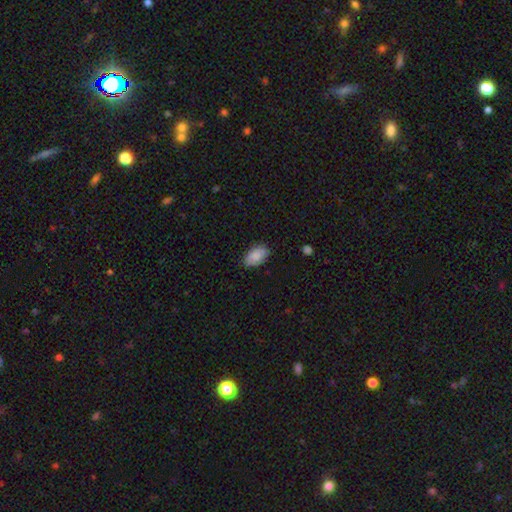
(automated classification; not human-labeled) This appears to be a smooth galaxy with no disk features (87%) that is in between round and cigar-shaped (94%). Merging: none (79%).